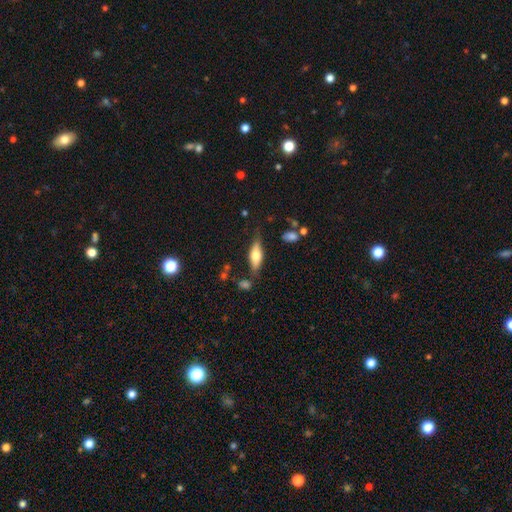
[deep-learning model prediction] smooth 57%, featured or disk 36%, star or artifact 7%. Down the decision tree: how rounded — in between (60%); merging — none (71%).